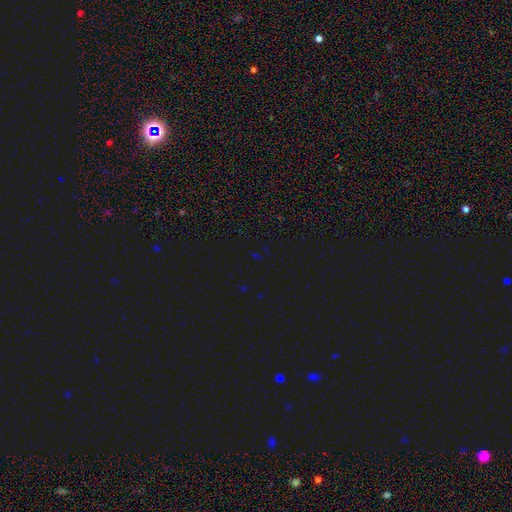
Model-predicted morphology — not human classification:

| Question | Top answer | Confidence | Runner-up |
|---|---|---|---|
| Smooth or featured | star or artifact | 74% | smooth (19%) |